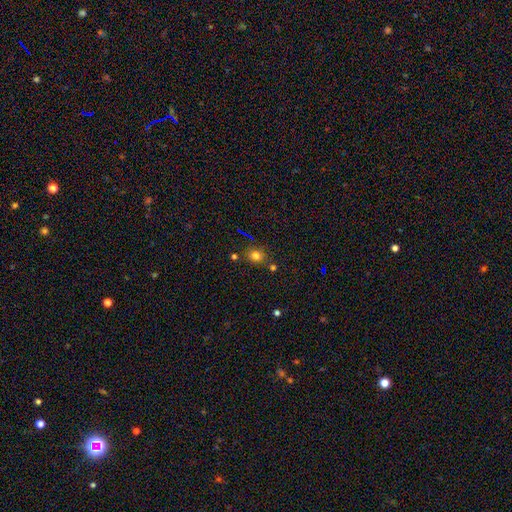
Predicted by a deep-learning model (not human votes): A smooth galaxy with no disk features (75%) that is round (68%). Merging: none (77%).